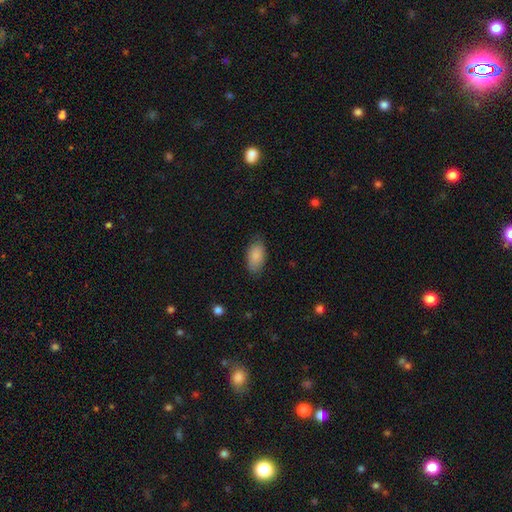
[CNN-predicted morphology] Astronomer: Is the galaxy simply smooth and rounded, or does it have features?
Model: smooth — 87%.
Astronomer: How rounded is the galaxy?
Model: in between — 93%.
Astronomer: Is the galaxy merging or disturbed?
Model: none — 79%.